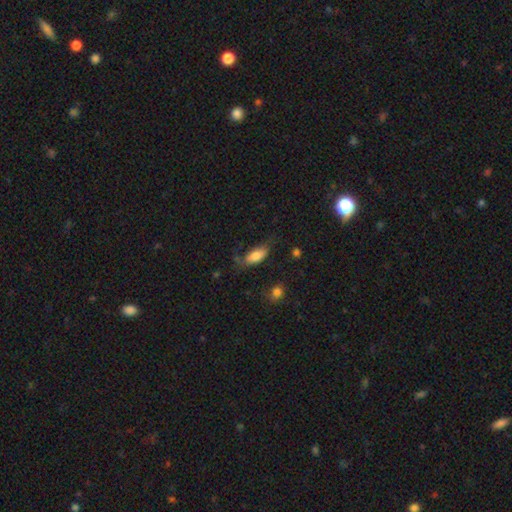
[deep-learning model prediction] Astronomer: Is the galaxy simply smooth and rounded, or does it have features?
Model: smooth — 80%.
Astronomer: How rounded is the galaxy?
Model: in between — 82%.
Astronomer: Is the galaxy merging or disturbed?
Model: none — 57%.